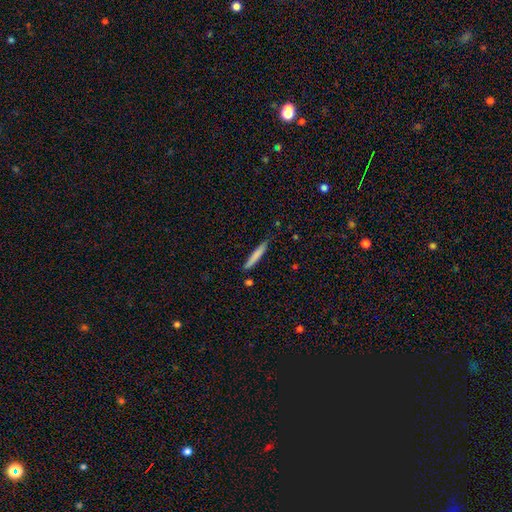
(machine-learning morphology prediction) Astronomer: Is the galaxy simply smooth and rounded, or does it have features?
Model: smooth — 76%.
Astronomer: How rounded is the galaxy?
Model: cigar-shaped — 94%.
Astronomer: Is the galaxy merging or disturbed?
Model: none — 83%.